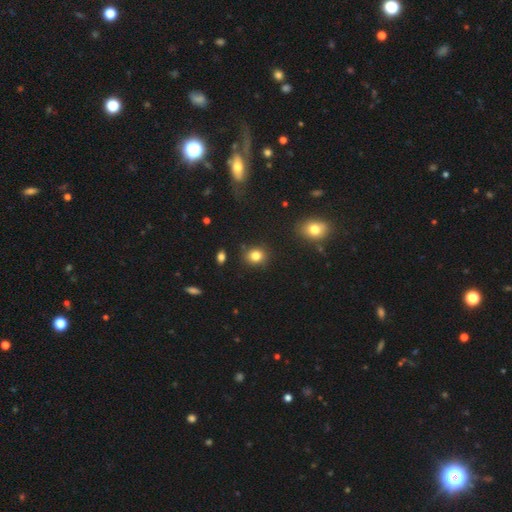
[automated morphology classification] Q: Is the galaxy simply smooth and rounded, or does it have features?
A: smooth — 82%.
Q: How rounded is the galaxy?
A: round — 73%.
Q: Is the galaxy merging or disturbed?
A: none — 86%.